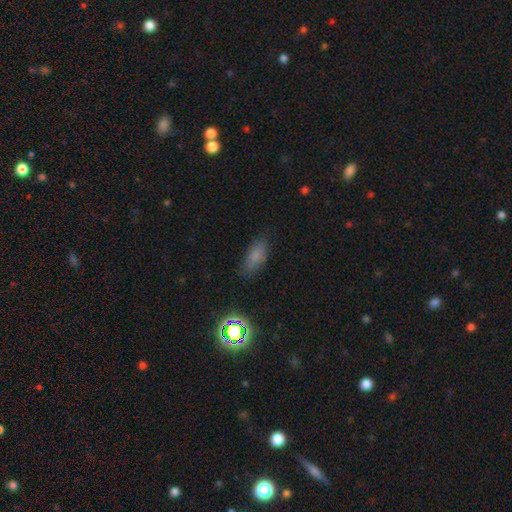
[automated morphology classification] Overall: smooth (73%). How rounded: in between (81%). Merging: none (78%).